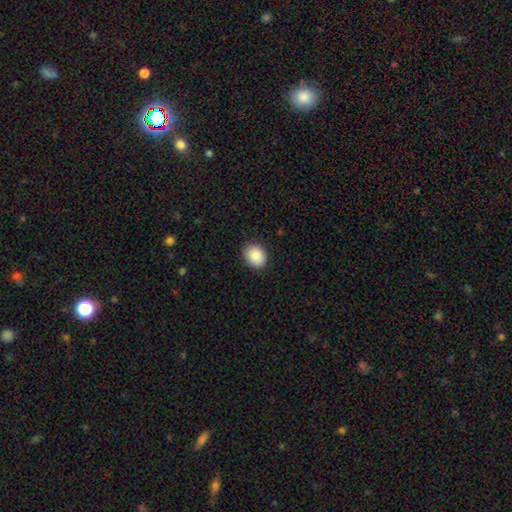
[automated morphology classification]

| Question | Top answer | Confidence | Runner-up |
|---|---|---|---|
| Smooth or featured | smooth | 88% | star or artifact (8%) |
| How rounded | round | 58% | in between (42%) |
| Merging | none | 87% | minor disturbance (10%) |